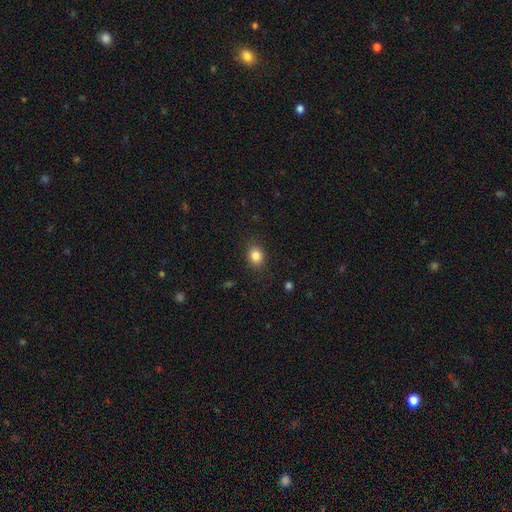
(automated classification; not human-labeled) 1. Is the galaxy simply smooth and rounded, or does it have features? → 85% smooth, 10% star or artifact, 5% featured or disk.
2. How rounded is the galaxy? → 52% in between, 47% round, 1% cigar-shaped.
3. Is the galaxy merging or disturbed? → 85% none, 11% minor disturbance, 3% major disturbance, 1% merger.